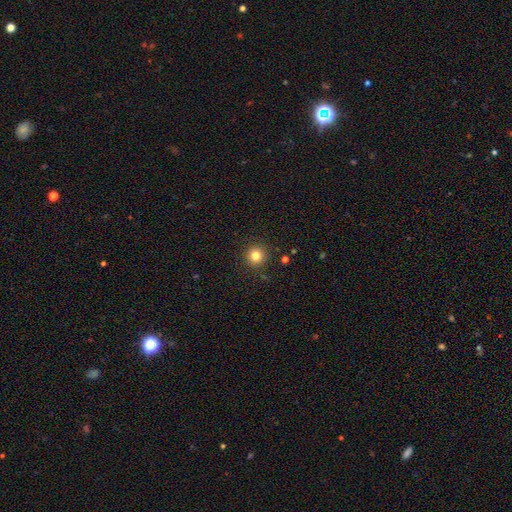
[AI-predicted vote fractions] This appears to be a smooth galaxy with no disk features (81%) that is round (95%). Merging: none (91%).